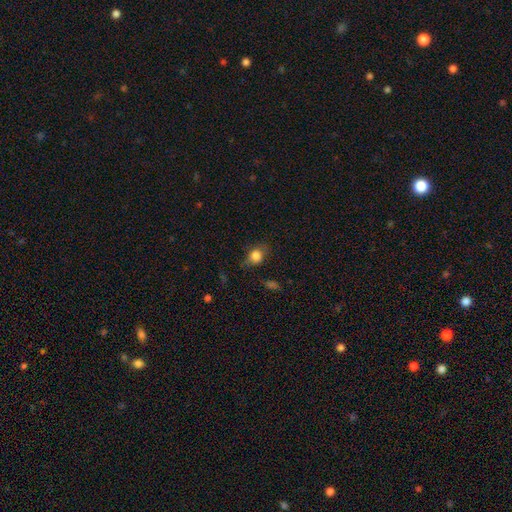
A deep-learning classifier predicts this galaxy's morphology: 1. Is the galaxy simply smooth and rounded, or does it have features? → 81% smooth, 11% star or artifact, 9% featured or disk.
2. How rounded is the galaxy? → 50% in between, 48% round, 2% cigar-shaped.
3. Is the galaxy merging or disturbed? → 65% none, 25% minor disturbance, 8% major disturbance, 2% merger.